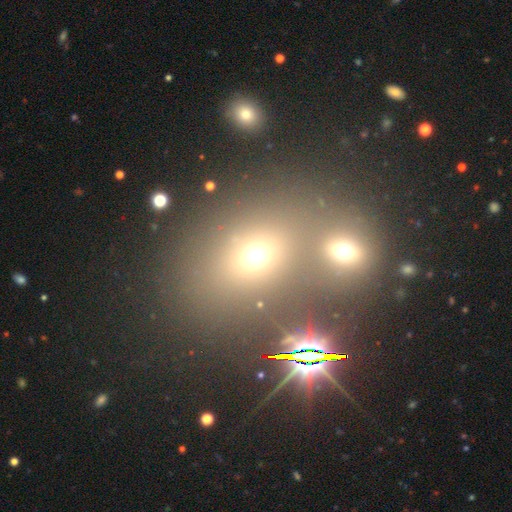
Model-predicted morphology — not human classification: This appears to be a smooth galaxy with no disk features (56%) that is in between round and cigar-shaped (52%). Merging: none (49%).